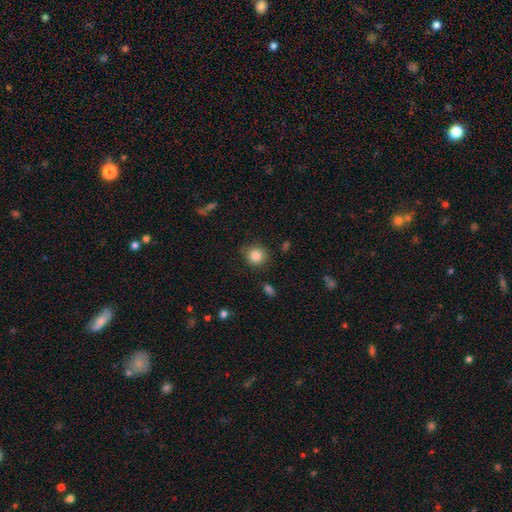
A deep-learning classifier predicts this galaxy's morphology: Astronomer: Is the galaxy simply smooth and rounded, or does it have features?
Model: smooth — 84%.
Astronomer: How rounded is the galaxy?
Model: round — 89%.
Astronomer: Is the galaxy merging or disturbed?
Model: none — 83%.